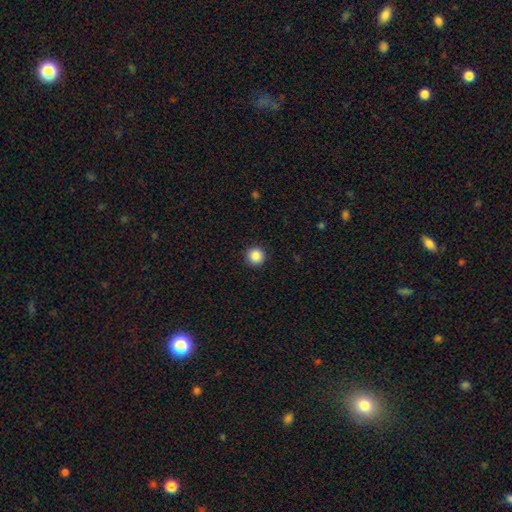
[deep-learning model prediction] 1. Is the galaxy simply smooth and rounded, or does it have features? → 88% smooth, 9% star or artifact, 3% featured or disk.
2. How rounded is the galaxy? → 96% round, 3% in between, 1% cigar-shaped.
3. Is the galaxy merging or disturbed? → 92% none, 5% minor disturbance, 2% major disturbance, 1% merger.